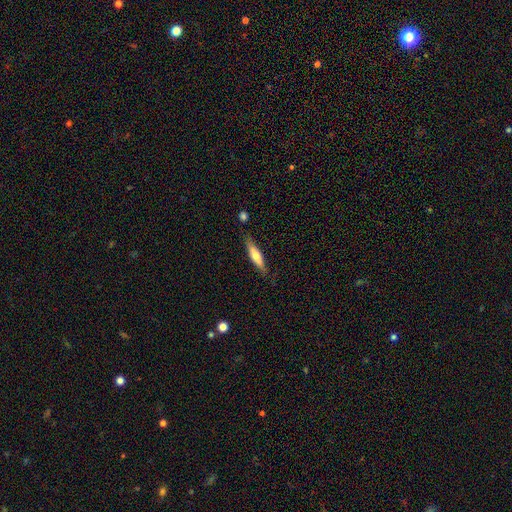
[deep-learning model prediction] A smooth galaxy with no disk features (57%) that is cigar-shaped (71%). Merging: none (79%).